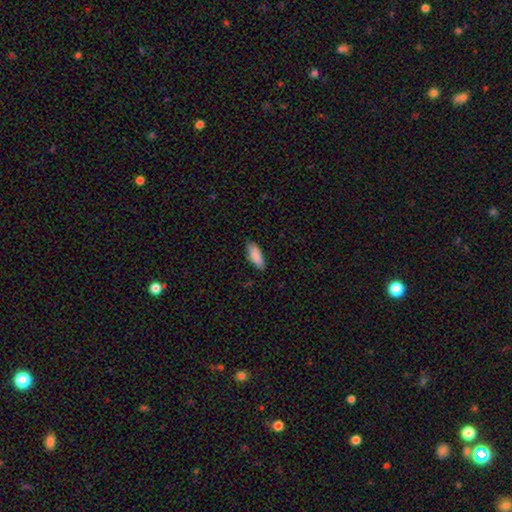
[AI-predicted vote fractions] A smooth galaxy with no disk features (89%) that is in between round and cigar-shaped (73%).

Vote fractions:
- Smooth or featured? smooth: 89% / star or artifact: 6% / featured or disk: 5%
- How rounded? in between: 73% / cigar-shaped: 25% / round: 2%
- Merging? none: 85% / minor disturbance: 12% / major disturbance: 2% / merger: 1%